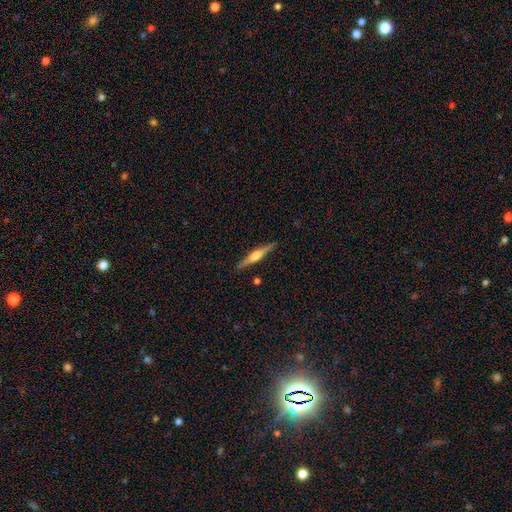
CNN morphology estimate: smooth-or-featured: featured or disk: 73% | smooth: 21% | star or artifact: 6%
  disk-edge-on: yes: 98% | no: 2%
    edge-on-bulge: rounded: 85% | boxy: 11% | none: 4%
  merging: none: 90% | minor disturbance: 7% | major disturbance: 1% | merger: 1%